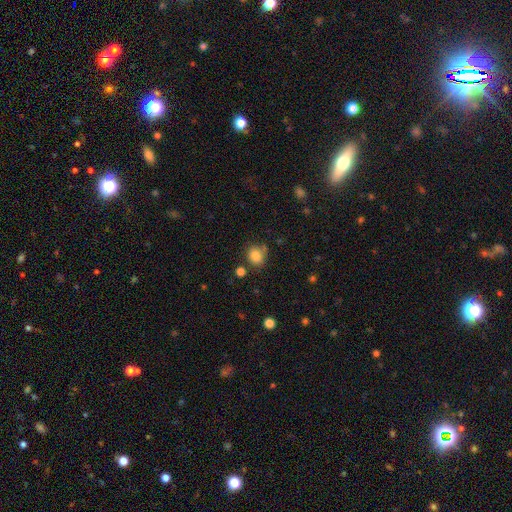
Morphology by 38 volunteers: A smooth galaxy with no disk features (92%) that is round (74%).

Vote fractions:
- Smooth or featured? smooth: 92% / featured or disk: 5% / star or artifact: 3%
- How rounded? round: 74% / in between: 26% / cigar-shaped: 0%
- Merging? none: 81% / minor disturbance: 11% / merger: 8% / major disturbance: 0%